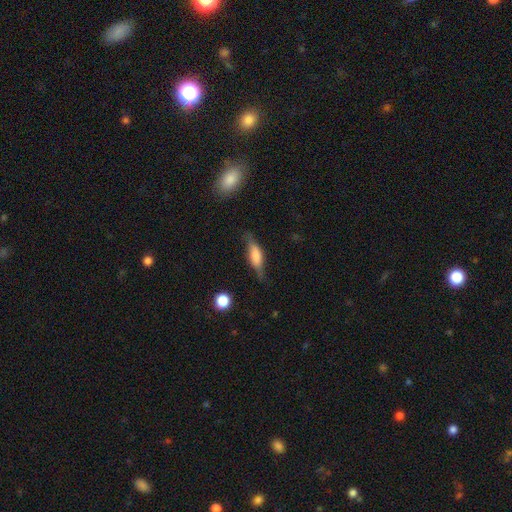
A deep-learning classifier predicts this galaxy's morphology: smooth_or_featured: smooth (p=0.49) [alt: featured or disk p=0.43]
merging: none (p=0.69) [alt: minor disturbance p=0.22]